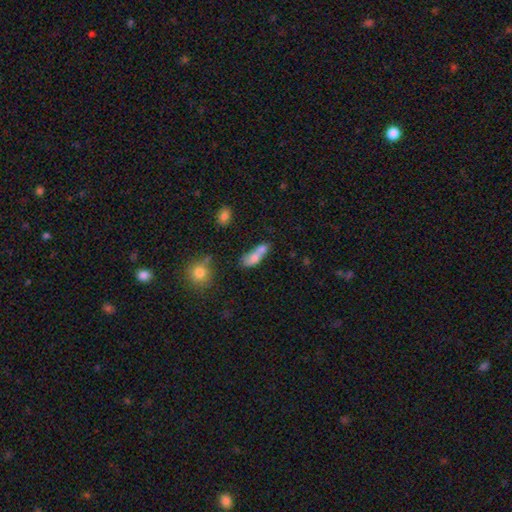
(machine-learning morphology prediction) smooth-or-featured: smooth: 69% | featured or disk: 20% | star or artifact: 11%
  how-rounded: in between: 67% | cigar-shaped: 25% | round: 8%
  merging: merger: 53% | none: 24% | minor disturbance: 13% | major disturbance: 9%